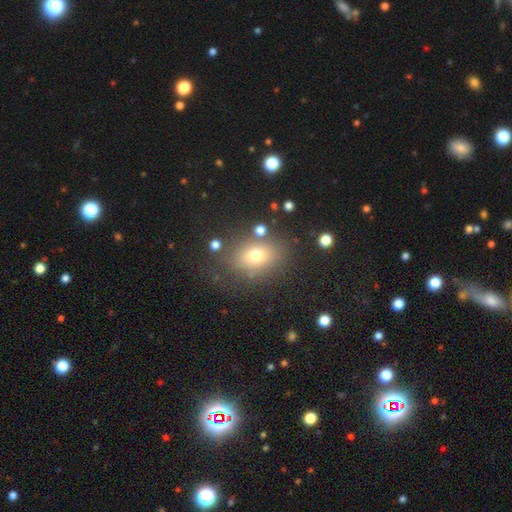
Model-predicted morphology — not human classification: Overall: smooth (70%). How rounded: in between (60%; round 38%). Merging: none (73%).